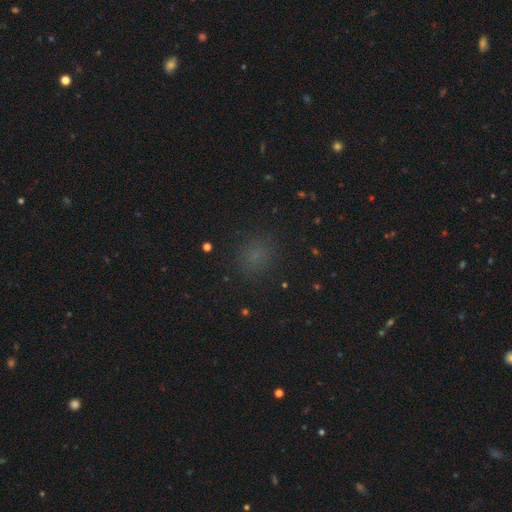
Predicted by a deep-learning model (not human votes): This appears to be a smooth galaxy with no disk features (69%) that is round (79%). Merging: none (85%).